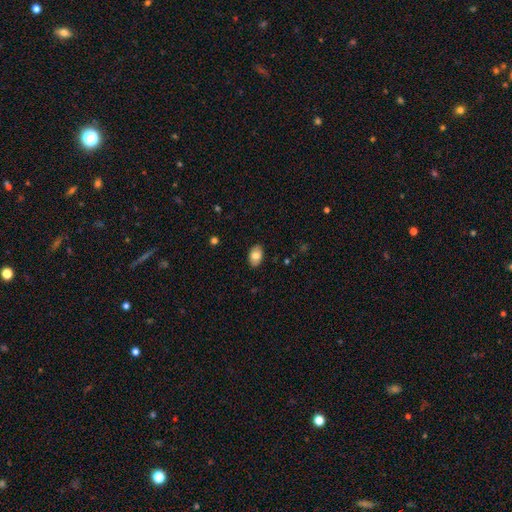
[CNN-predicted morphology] The model was most divided on "smooth or featured": smooth: 79%, featured or disk: 14%, star or artifact: 7%. More confident: how rounded — in between (91%); merging — none (88%).